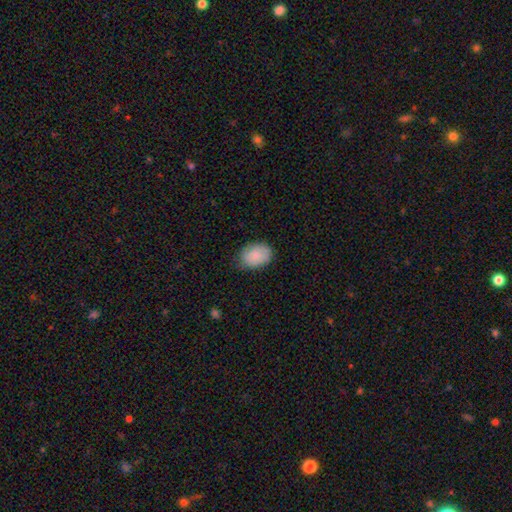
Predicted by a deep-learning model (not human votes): A smooth galaxy with no disk features (85%) that is in between round and cigar-shaped (77%). Merging: none (76%).